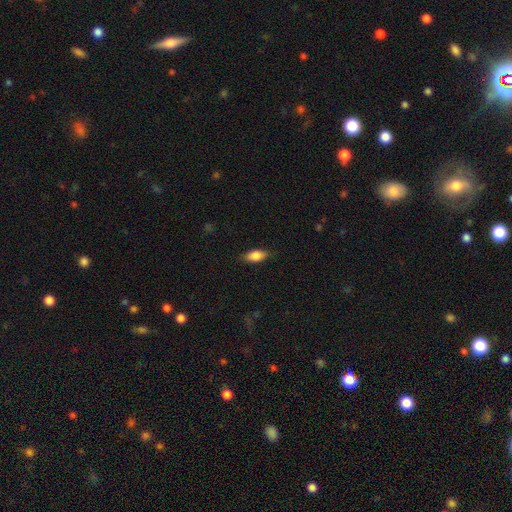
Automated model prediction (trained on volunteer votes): smooth-or-featured: smooth: 80% | featured or disk: 13% | star or artifact: 7%
  how-rounded: in between: 84% | cigar-shaped: 12% | round: 3%
  merging: none: 82% | minor disturbance: 14% | major disturbance: 3% | merger: 1%